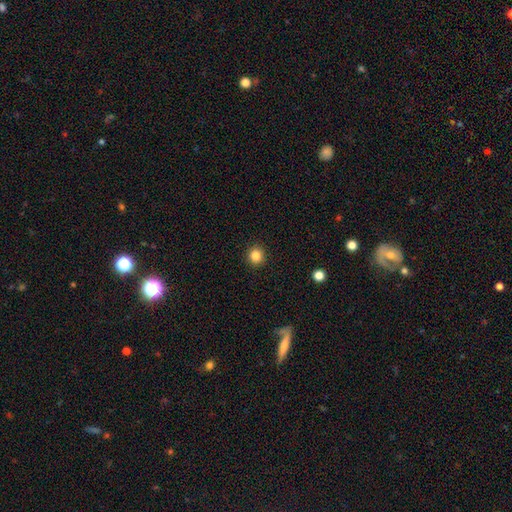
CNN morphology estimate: A smooth galaxy with no disk features (84%) that is round (93%). Merging: none (93%).